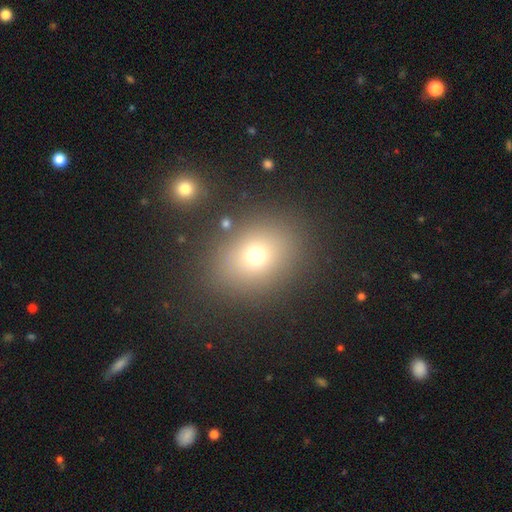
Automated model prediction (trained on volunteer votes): This appears to be a smooth galaxy with no disk features (69%) that is in between round and cigar-shaped (50%). Merging: none (83%).